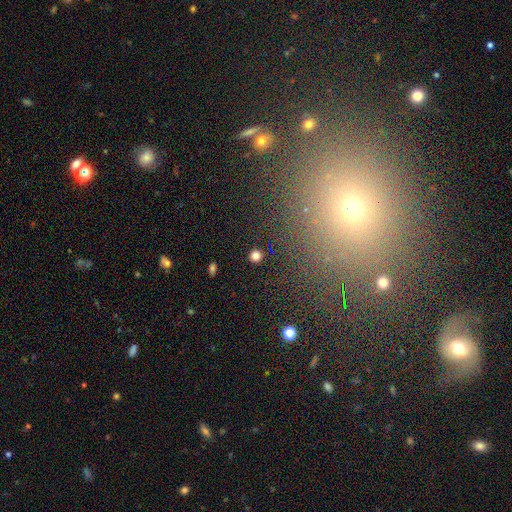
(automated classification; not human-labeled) smooth_or_featured: smooth (p=0.79) [alt: star or artifact p=0.16]
how_rounded: round (p=0.92) [alt: in between p=0.07]
merging: none (p=0.91) [alt: minor disturbance p=0.05]